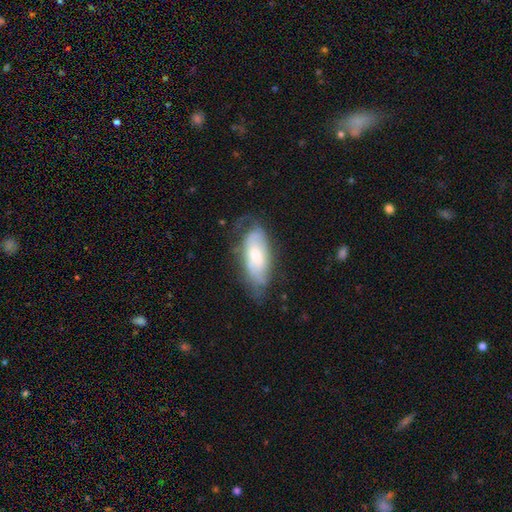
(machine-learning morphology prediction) featured or disk 52%, smooth 41%, star or artifact 7%. Down the decision tree: edge-on disk — no (84%); merging — none (54%).